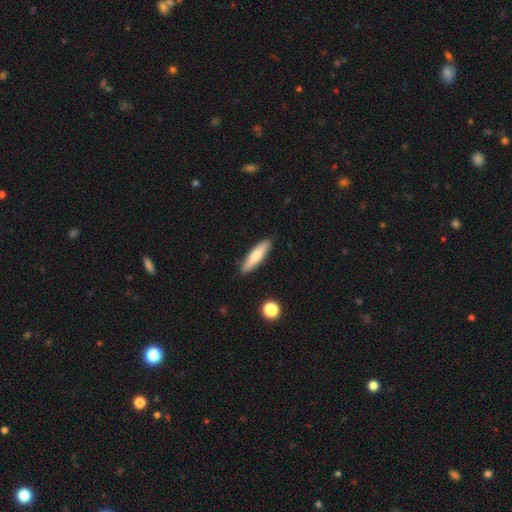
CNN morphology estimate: Smooth or featured?
  - smooth: 76% *
  - featured or disk: 18%
  - star or artifact: 6%
How rounded?
  - cigar-shaped: 78% *
  - in between: 21%
  - round: 2%
Merging?
  - none: 88% *
  - minor disturbance: 9%
  - major disturbance: 2%
  - merger: 1%